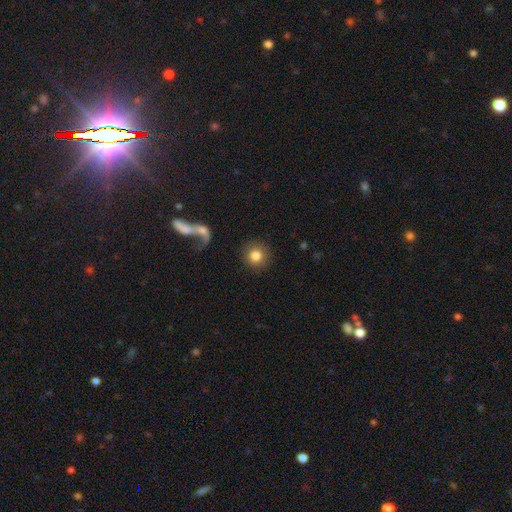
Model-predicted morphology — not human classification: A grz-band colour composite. It shows a smooth galaxy with no disk features (82%) that is round (94%). Merging: none (85%).